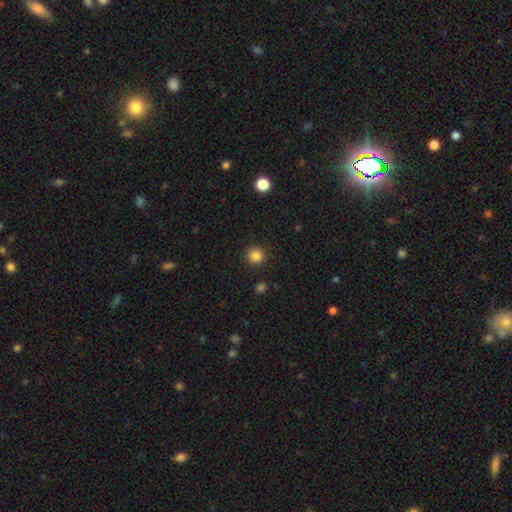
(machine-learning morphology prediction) smooth-or-featured: smooth: 85% | star or artifact: 12% | featured or disk: 4%
  how-rounded: round: 94% | in between: 5% | cigar-shaped: 1%
  merging: none: 90% | minor disturbance: 6% | major disturbance: 2% | merger: 1%